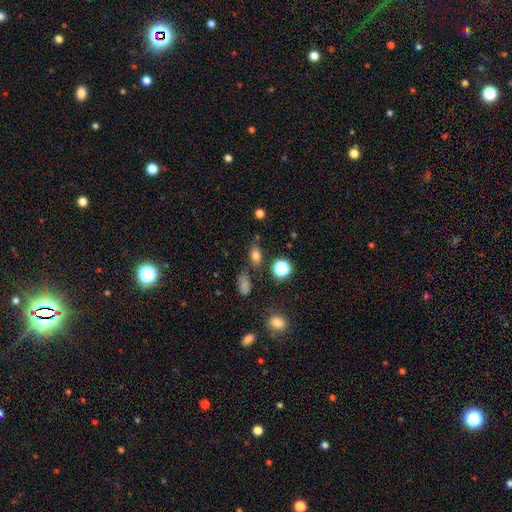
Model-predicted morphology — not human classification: Overall: smooth (74%). How rounded: in between (76%). Merging: none (75%).